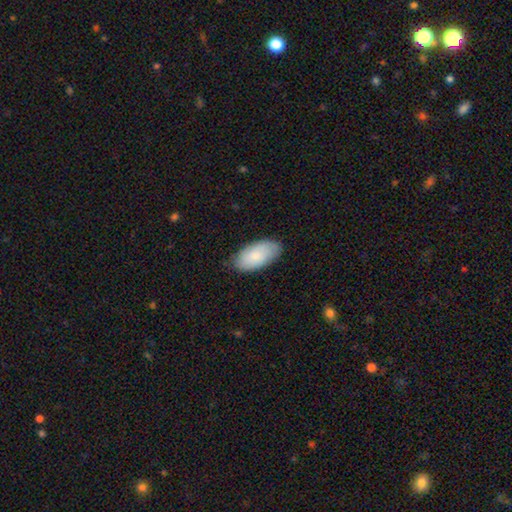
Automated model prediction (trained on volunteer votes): Smooth or featured?
  - smooth: 80% *
  - featured or disk: 15%
  - star or artifact: 6%
How rounded?
  - in between: 94% *
  - cigar-shaped: 3%
  - round: 2%
Merging?
  - none: 81% *
  - minor disturbance: 16%
  - major disturbance: 3%
  - merger: 1%